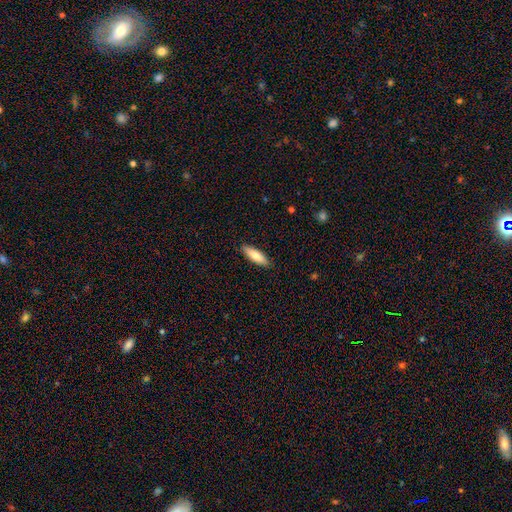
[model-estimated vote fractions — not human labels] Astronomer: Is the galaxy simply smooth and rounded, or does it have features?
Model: smooth — 78%.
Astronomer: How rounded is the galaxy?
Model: cigar-shaped — 50% (runner-up: in between, 48%).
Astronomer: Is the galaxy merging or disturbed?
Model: none — 89%.